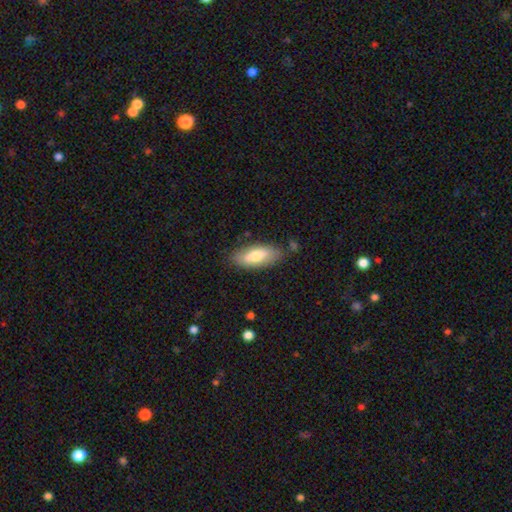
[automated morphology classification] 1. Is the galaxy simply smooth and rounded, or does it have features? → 73% smooth, 21% featured or disk, 6% star or artifact.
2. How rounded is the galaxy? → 79% in between, 19% cigar-shaped, 2% round.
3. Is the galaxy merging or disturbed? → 80% none, 14% minor disturbance, 3% major disturbance, 3% merger.